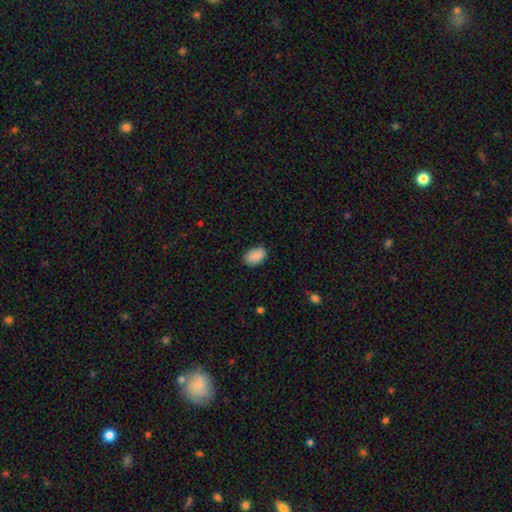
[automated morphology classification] The model was most divided on "merging": none: 87%, minor disturbance: 10%, major disturbance: 2%, merger: 1%. More confident: smooth or featured — smooth (90%); how rounded — in between (90%).